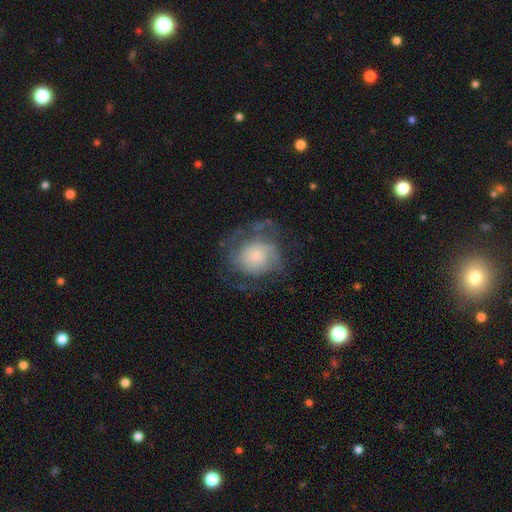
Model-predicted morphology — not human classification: featured or disk 61%, smooth 31%, star or artifact 8%. Down the decision tree: edge-on disk — no (98%); bar — no (79%); spiral arms — yes (82%); bulge size — small (42%); merging — none (55%).